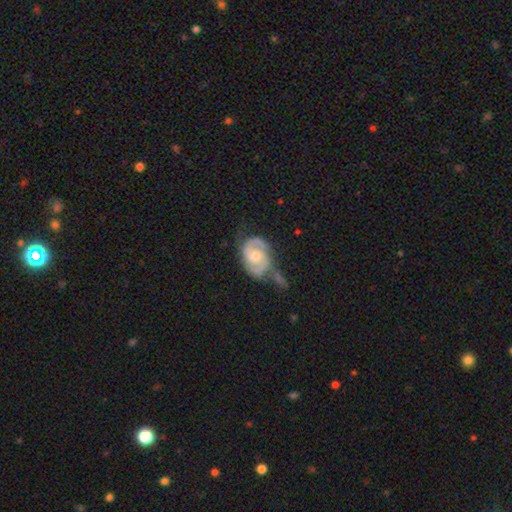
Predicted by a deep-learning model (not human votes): featured or disk 85%, smooth 10%, star or artifact 5%. Down the decision tree: edge-on disk — no (98%); bar — no (61%); spiral arms — yes (96%); spiral arm count — 2 (88%); spiral winding — tight (47%); bulge size — moderate (61%); merging — none (46%).